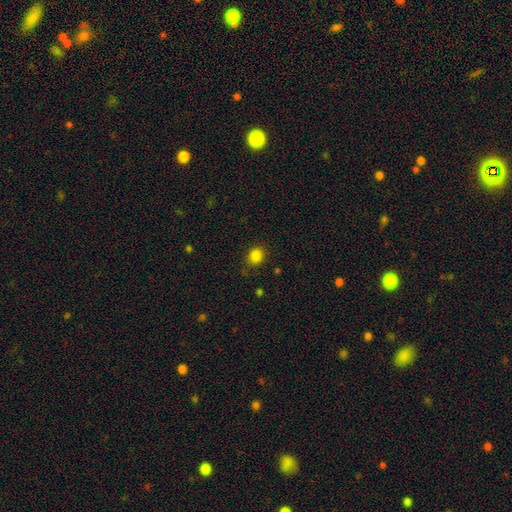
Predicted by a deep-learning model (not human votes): This appears to be a smooth galaxy with no disk features (84%) that is round (69%). Merging: none (85%).